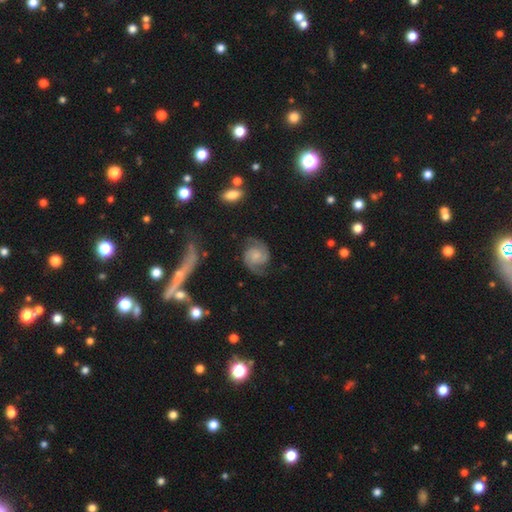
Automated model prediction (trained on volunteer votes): smooth_or_featured: featured or disk (p=0.87) [alt: smooth p=0.08]
disk_edge_on: no (p=0.98) [alt: yes p=0.02]
bar: no (p=0.70) [alt: weak p=0.25]
has_spiral_arms: yes (p=0.98) [alt: no p=0.02]
spiral_winding: medium (p=0.52) [alt: tight p=0.31]
spiral_arm_count: 2 (p=0.93) [alt: can't tell p=0.02]
bulge_size: small (p=0.50) [alt: moderate p=0.26]
merging: none (p=0.78) [alt: minor disturbance p=0.14]